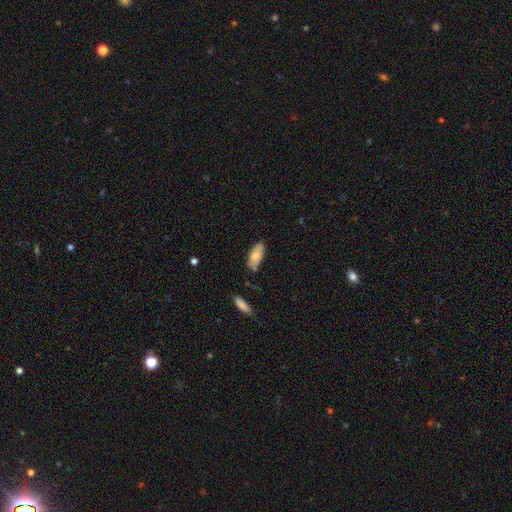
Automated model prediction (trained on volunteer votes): Smooth or featured: smooth — 77% (featured or disk — 17%)
How rounded: in between — 88% (cigar-shaped — 10%)
Merging: none — 71% (minor disturbance — 22%)